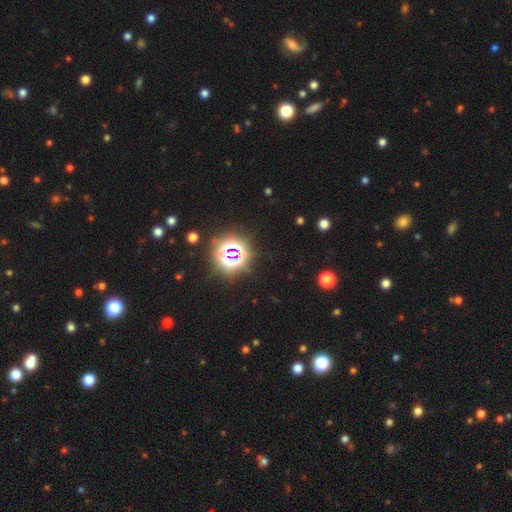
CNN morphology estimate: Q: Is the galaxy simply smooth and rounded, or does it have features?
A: star or artifact — 80%.